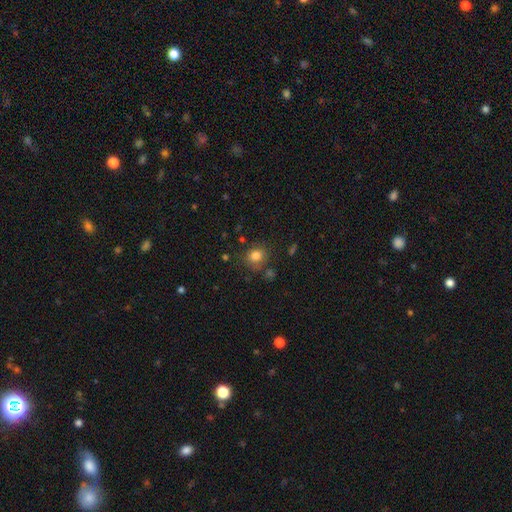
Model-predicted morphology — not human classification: Smooth or featured: smooth — 81% (star or artifact — 12%)
How rounded: round — 72% (in between — 27%)
Merging: none — 75% (minor disturbance — 14%)